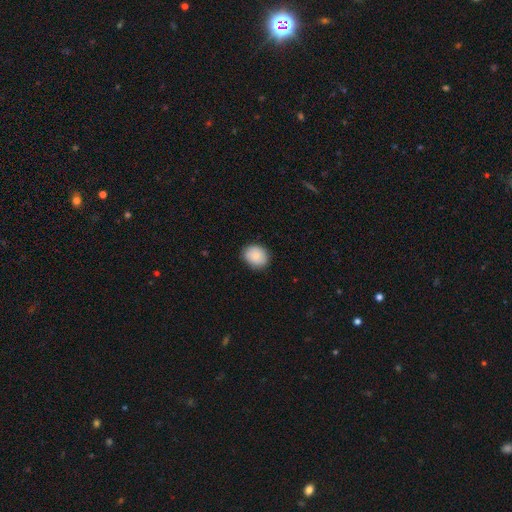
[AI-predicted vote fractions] Smooth or featured? Predicted: smooth (p=0.84). How rounded? Predicted: round (p=0.64). Merging? Predicted: none (p=0.86).